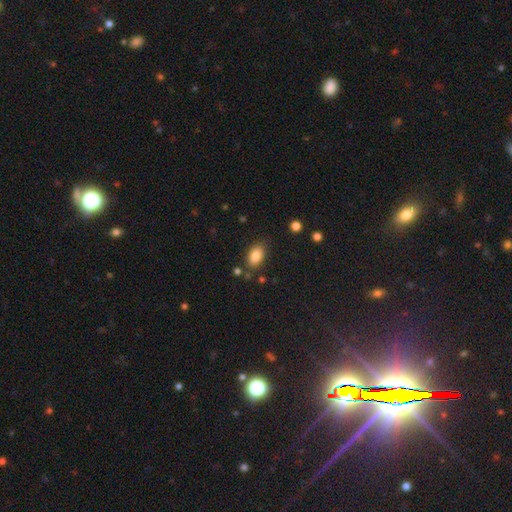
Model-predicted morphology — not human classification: smooth-or-featured: smooth: 85% | star or artifact: 8% | featured or disk: 6%
  how-rounded: in between: 87% | round: 11% | cigar-shaped: 2%
  merging: none: 78% | minor disturbance: 14% | merger: 4% | major disturbance: 4%